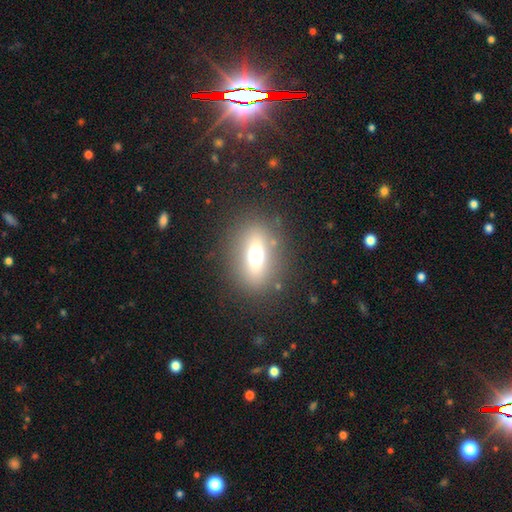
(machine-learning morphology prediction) smooth 58%, featured or disk 27%, star or artifact 15%. Down the decision tree: how rounded — in between (65%); merging — none (83%).